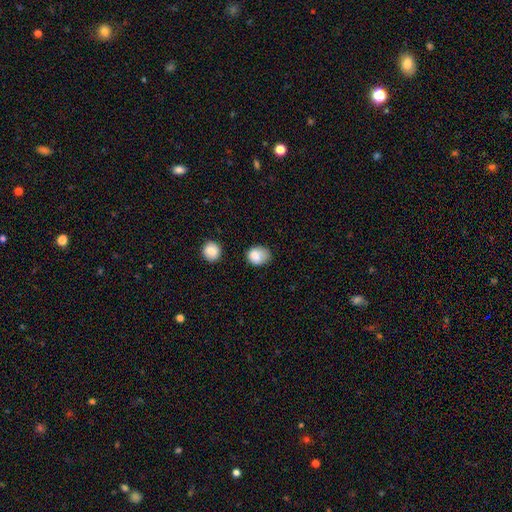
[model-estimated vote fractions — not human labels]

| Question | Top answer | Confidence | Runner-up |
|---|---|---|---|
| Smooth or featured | smooth | 83% | star or artifact (9%) |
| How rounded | round | 56% | in between (43%) |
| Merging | none | 54% | minor disturbance (31%) |